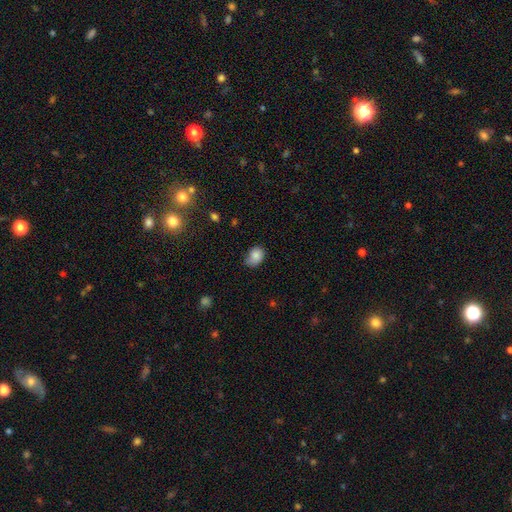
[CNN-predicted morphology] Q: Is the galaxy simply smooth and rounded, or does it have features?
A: smooth — 84%.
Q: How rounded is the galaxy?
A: in between — 72%.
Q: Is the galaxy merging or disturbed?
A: none — 53%.